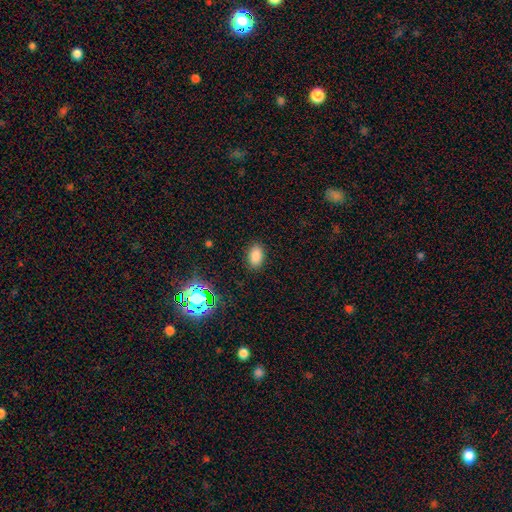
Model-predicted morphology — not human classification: This is clearly a smooth galaxy (82%). How rounded: clearly in between (89%). Merging: clearly none (87%).